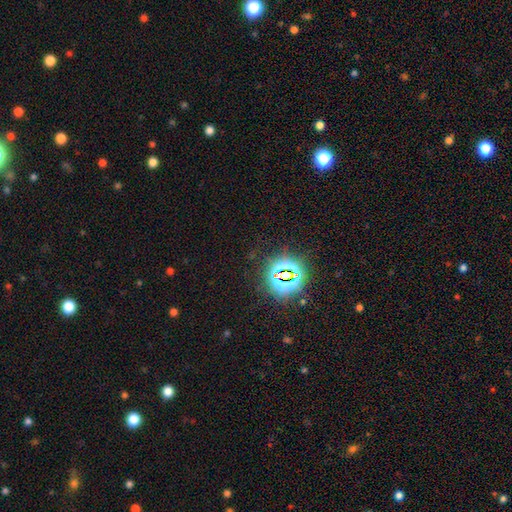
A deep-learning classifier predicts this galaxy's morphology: This appears to be a star or artifact, not a galaxy (82%).